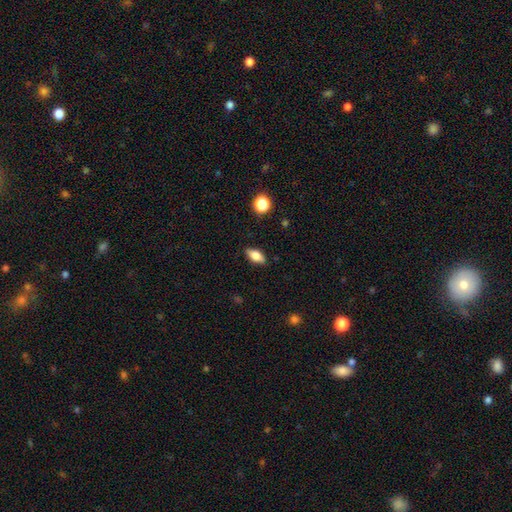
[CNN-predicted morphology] Q: Smooth or featured?
A: smooth (79%); runner-up: featured or disk (13%)
Q: How rounded?
A: in between (87%); runner-up: cigar-shaped (9%)
Q: Merging?
A: none (87%); runner-up: minor disturbance (10%)